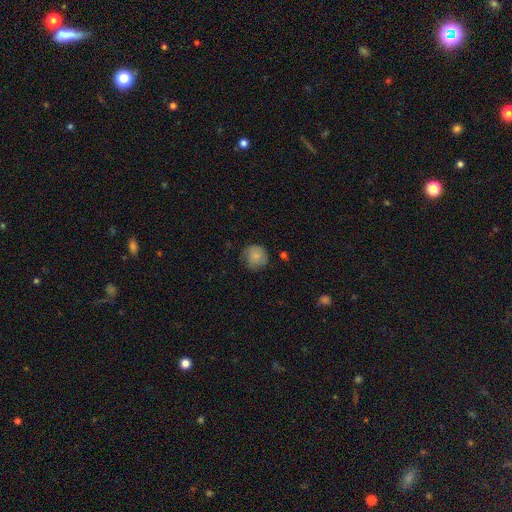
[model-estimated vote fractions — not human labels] Smooth or featured?
  - smooth: 81% *
  - featured or disk: 11%
  - star or artifact: 8%
How rounded?
  - round: 89% *
  - in between: 10%
  - cigar-shaped: 1%
Merging?
  - none: 71% *
  - minor disturbance: 22%
  - major disturbance: 5%
  - merger: 2%